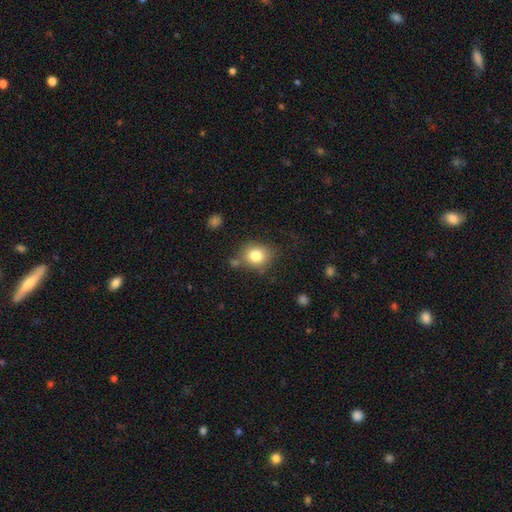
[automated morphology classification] Smooth or featured?
  - smooth: 80% *
  - star or artifact: 11%
  - featured or disk: 9%
How rounded?
  - round: 70% *
  - in between: 30%
  - cigar-shaped: 1%
Merging?
  - none: 72% *
  - minor disturbance: 16%
  - merger: 7%
  - major disturbance: 5%